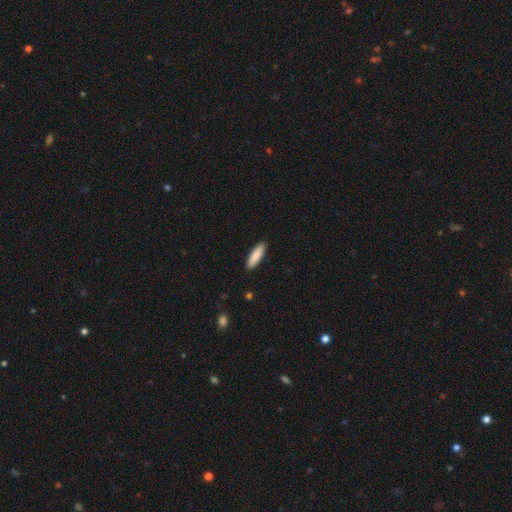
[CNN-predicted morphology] type=smooth (88%); roundness=cigar-shaped (64%); merging=none (90%).